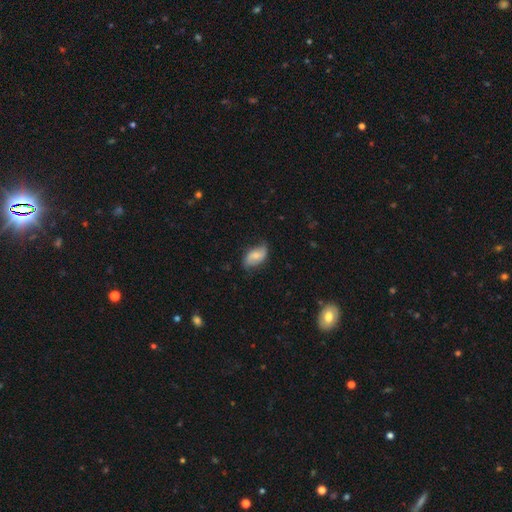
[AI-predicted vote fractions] A smooth galaxy with no disk features (50%) that is in between round and cigar-shaped (92%). Merging: none (68%).